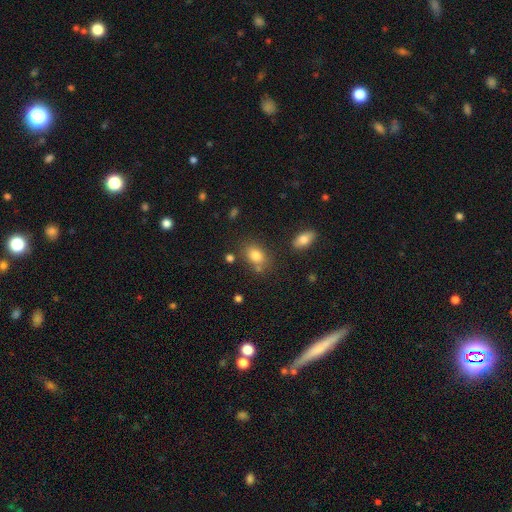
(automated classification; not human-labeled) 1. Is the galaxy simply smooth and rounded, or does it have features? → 82% smooth, 10% star or artifact, 9% featured or disk.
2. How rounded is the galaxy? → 74% in between, 25% round, 2% cigar-shaped.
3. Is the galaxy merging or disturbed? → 69% none, 15% minor disturbance, 10% merger, 5% major disturbance.